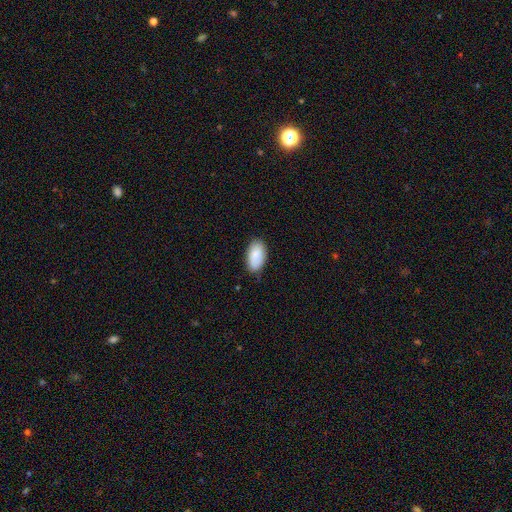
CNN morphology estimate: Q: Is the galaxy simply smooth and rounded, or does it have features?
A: smooth — 85%.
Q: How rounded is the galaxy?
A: in between — 95%.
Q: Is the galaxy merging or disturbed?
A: none — 77%.